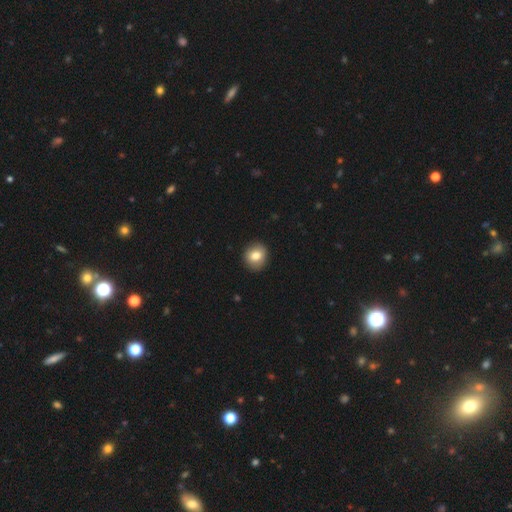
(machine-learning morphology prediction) The model was most divided on "how rounded": round: 79%, in between: 20%, cigar-shaped: 1%. More confident: merging — none (90%); smooth or featured — smooth (80%).